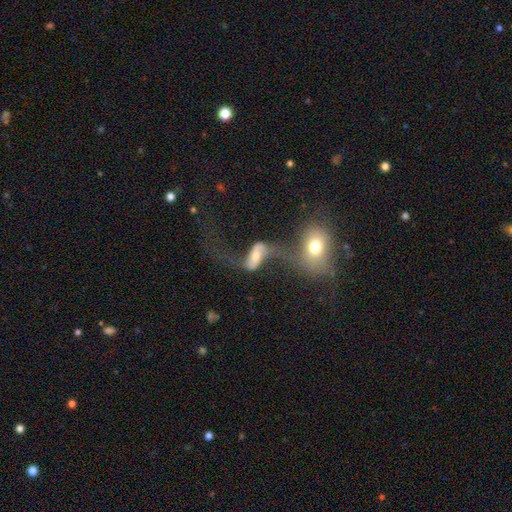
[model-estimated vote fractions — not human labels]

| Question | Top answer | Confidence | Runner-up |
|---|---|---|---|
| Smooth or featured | featured or disk | 64% | smooth (27%) |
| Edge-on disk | no | 91% | yes (9%) |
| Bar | weak | 37% | no (35%) |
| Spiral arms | yes | 78% | no (22%) |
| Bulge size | moderate | 53% | small (29%) |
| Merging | merger | 49% | none (21%) |